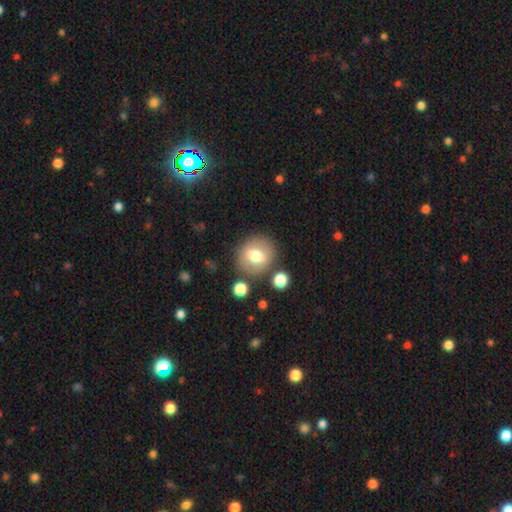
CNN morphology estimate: smooth_or_featured: smooth (p=0.66) [alt: featured or disk p=0.26]
how_rounded: round (p=0.75) [alt: in between p=0.24]
merging: none (p=0.80) [alt: minor disturbance p=0.11]